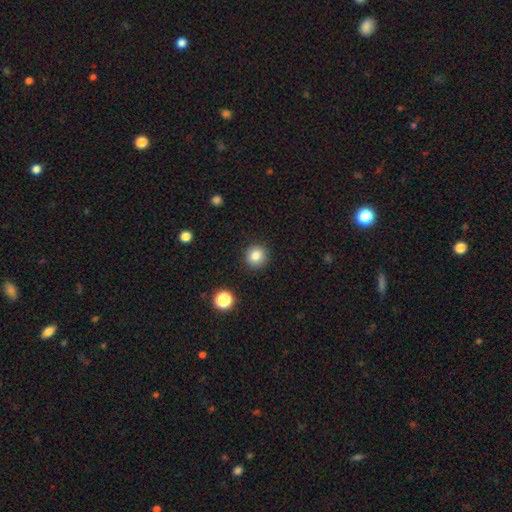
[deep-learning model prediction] A smooth galaxy with no disk features (84%) that is round (94%).

Vote fractions:
- Smooth or featured? smooth: 84% / star or artifact: 11% / featured or disk: 5%
- How rounded? round: 94% / in between: 5% / cigar-shaped: 1%
- Merging? none: 92% / minor disturbance: 5% / major disturbance: 2% / merger: 1%